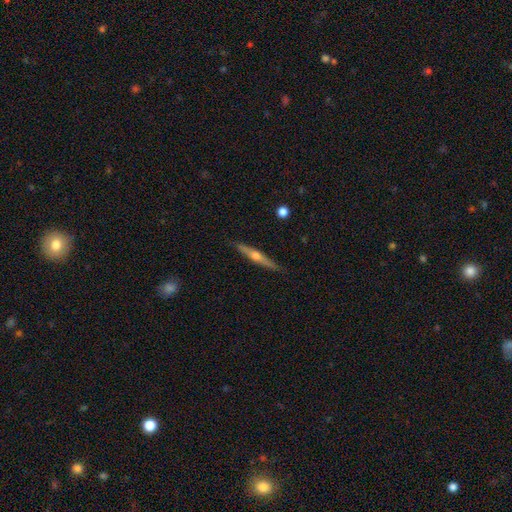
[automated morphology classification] A featured or disk galaxy (71%) viewed edge-on (98%) with a rounded central bulge (91%).

Vote fractions:
- Smooth or featured? featured or disk: 71% / smooth: 24% / star or artifact: 6%
- Edge-on disk? yes: 98% / no: 2%
- Edge-on bulge? rounded: 91% / none: 5% / boxy: 4%
- Merging? none: 90% / minor disturbance: 8% / major disturbance: 1% / merger: 1%